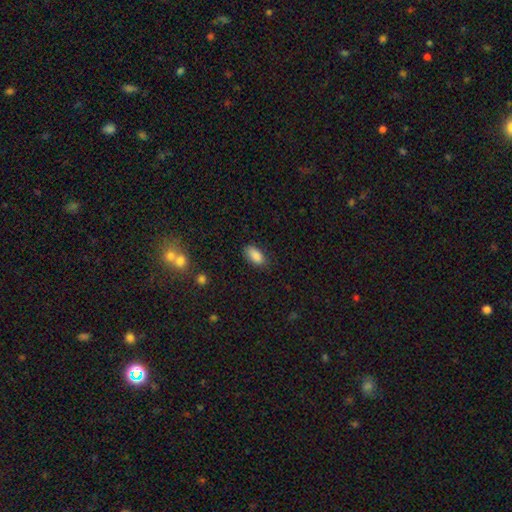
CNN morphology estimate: smooth 88%, star or artifact 8%, featured or disk 4%. Down the decision tree: how rounded — in between (91%); merging — none (82%).